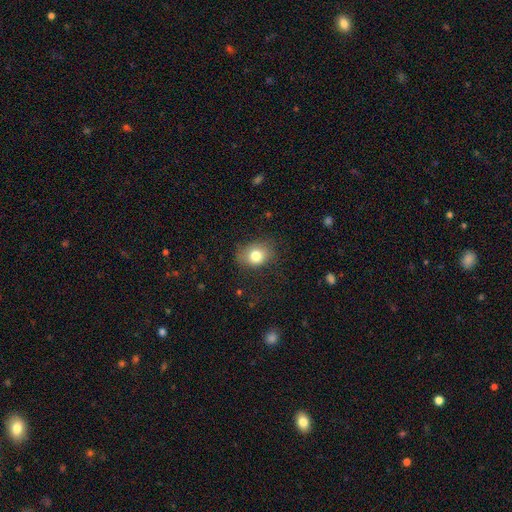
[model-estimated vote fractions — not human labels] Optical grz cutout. It shows a smooth galaxy with no disk features (78%) that is in between round and cigar-shaped (56%). Merging: none (75%).